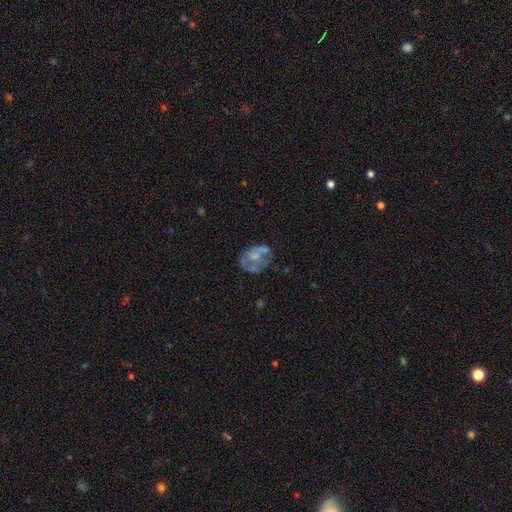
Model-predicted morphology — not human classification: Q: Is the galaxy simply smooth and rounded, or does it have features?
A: featured or disk — 57%.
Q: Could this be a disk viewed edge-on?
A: no — 98%.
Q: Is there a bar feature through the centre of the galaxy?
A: no — 84%.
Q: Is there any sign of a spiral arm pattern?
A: no — 70%.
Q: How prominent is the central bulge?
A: moderate — 36%.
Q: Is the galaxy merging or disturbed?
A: none — 45%.